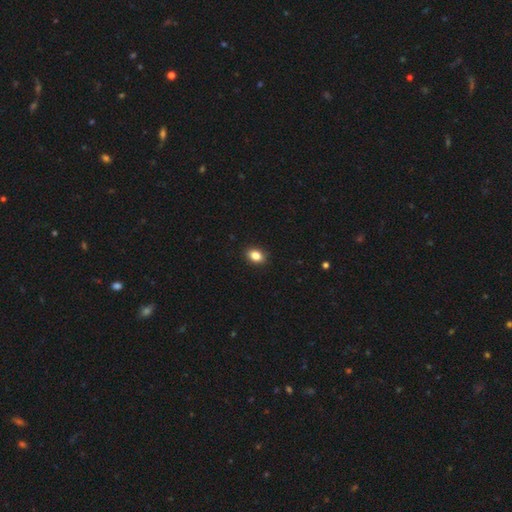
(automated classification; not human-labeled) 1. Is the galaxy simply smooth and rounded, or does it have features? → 85% smooth, 10% star or artifact, 6% featured or disk.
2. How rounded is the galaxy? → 74% in between, 24% round, 1% cigar-shaped.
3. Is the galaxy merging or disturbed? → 90% none, 8% minor disturbance, 2% major disturbance, 1% merger.